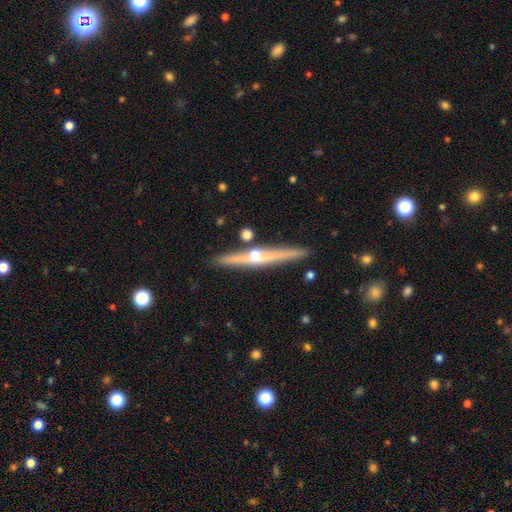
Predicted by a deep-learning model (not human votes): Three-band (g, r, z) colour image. It shows a featured or disk galaxy (70%) viewed edge-on (97%) with a rounded central bulge (88%). Merging: none (84%).